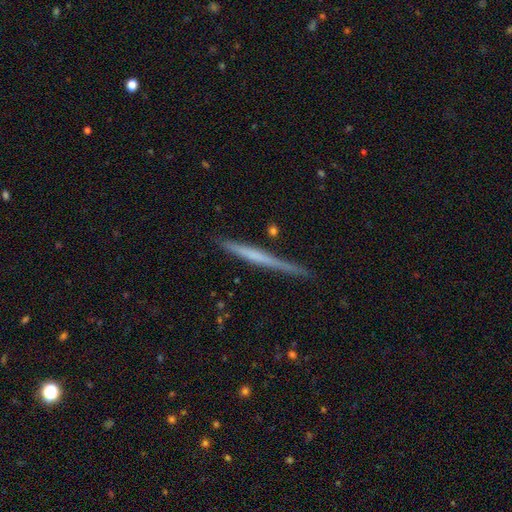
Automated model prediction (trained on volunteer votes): Smooth or featured? Predicted: featured or disk (p=0.53). Edge-on disk? Predicted: yes (p=0.97). Edge-on bulge? Predicted: none (p=0.84). Merging? Predicted: none (p=0.82).